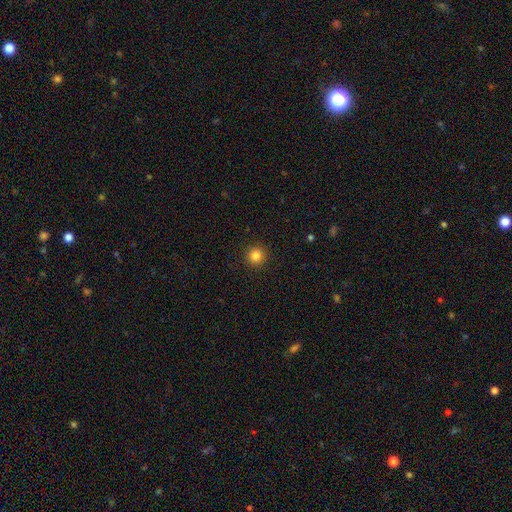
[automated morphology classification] smooth-or-featured: smooth: 84% | star or artifact: 12% | featured or disk: 4%
  how-rounded: round: 95% | in between: 4% | cigar-shaped: 1%
  merging: none: 93% | minor disturbance: 5% | major disturbance: 2% | merger: 1%